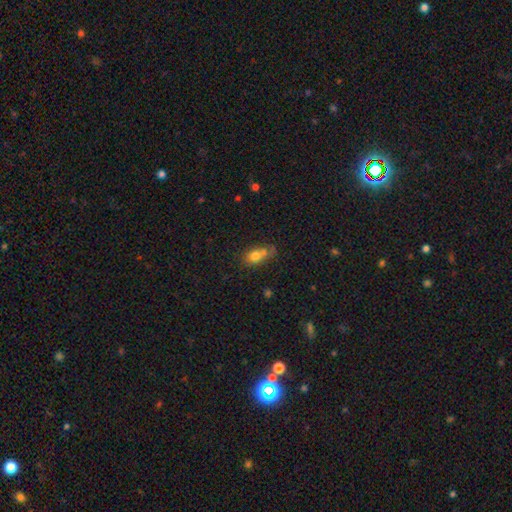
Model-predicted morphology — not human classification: A smooth galaxy with no disk features (75%) that is in between round and cigar-shaped (76%).

Vote fractions:
- Smooth or featured? smooth: 75% / featured or disk: 14% / star or artifact: 11%
- How rounded? in between: 76% / round: 17% / cigar-shaped: 7%
- Merging? none: 41% / merger: 27% / minor disturbance: 22% / major disturbance: 10%